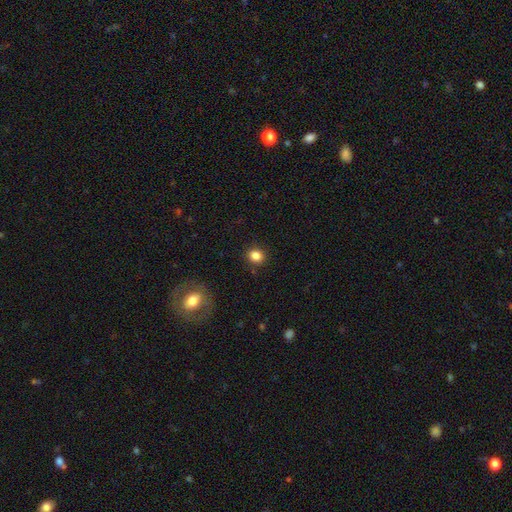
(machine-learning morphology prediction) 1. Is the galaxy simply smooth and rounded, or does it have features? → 84% smooth, 11% star or artifact, 4% featured or disk.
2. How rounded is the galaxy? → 77% round, 22% in between, 1% cigar-shaped.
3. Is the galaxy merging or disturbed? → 89% none, 7% minor disturbance, 2% major disturbance, 1% merger.